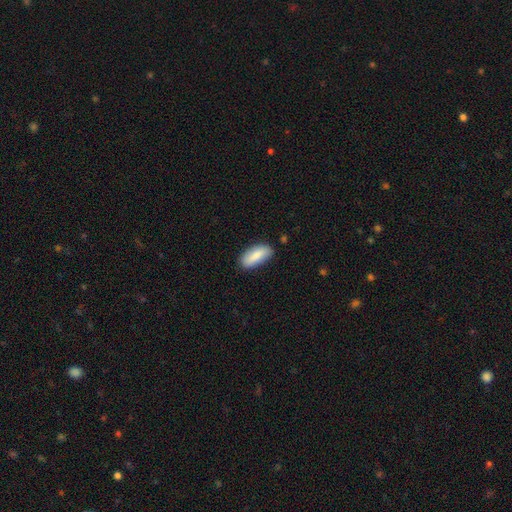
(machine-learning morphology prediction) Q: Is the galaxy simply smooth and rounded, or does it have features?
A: smooth — 83%.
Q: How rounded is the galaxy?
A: in between — 83%.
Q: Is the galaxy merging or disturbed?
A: none — 83%.